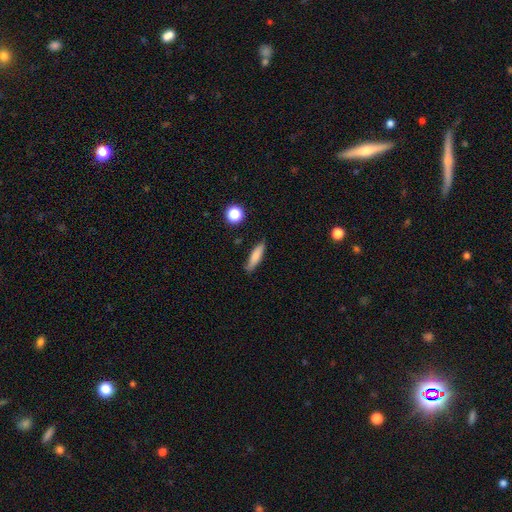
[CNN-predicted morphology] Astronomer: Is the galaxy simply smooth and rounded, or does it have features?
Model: smooth — 78%.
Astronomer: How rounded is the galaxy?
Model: cigar-shaped — 70%.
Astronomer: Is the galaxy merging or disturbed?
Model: none — 83%.